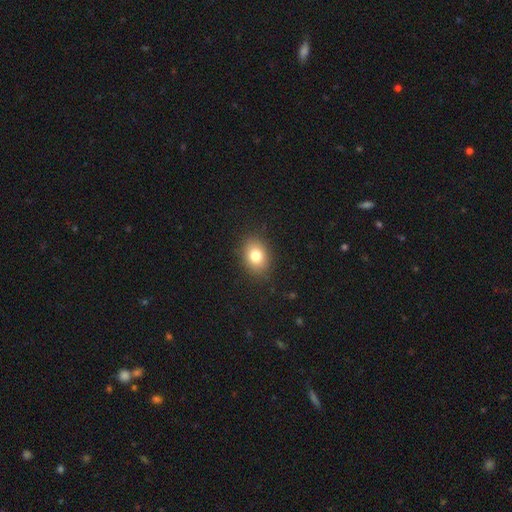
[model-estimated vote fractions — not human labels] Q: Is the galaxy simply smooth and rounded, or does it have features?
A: smooth — 80%.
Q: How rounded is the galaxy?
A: in between — 66%.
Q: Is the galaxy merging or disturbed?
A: none — 87%.